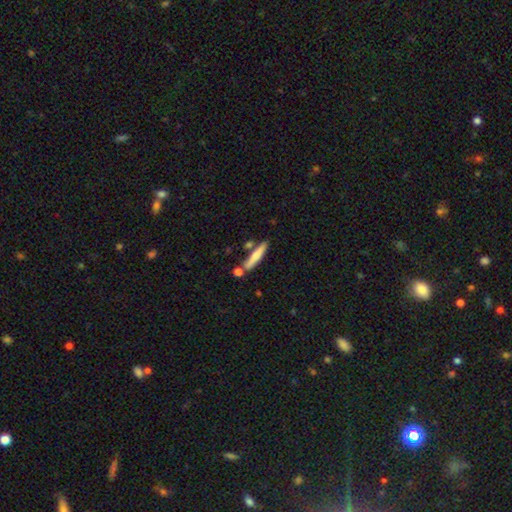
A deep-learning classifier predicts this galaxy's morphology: Smooth or featured? Predicted: smooth (p=0.67). How rounded? Predicted: cigar-shaped (p=0.89). Merging? Predicted: none (p=0.74).